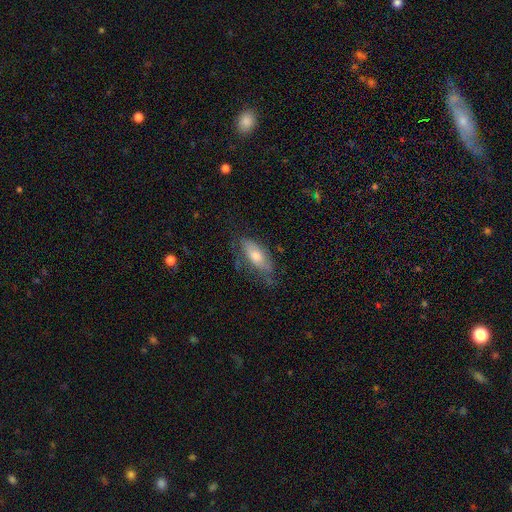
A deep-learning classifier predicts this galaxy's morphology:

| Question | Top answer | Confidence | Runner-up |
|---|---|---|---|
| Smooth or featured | smooth | 57% | featured or disk (36%) |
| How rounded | in between | 78% | cigar-shaped (19%) |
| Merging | none | 57% | minor disturbance (28%) |